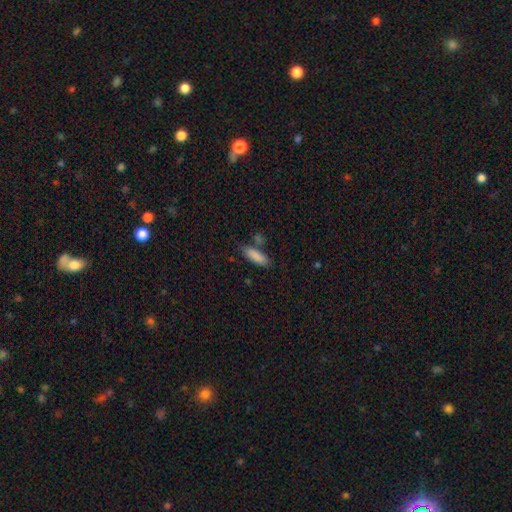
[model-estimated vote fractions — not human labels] smooth 87%, star or artifact 7%, featured or disk 6%. Down the decision tree: how rounded — in between (49%, tied with cigar-shaped); merging — none (71%).